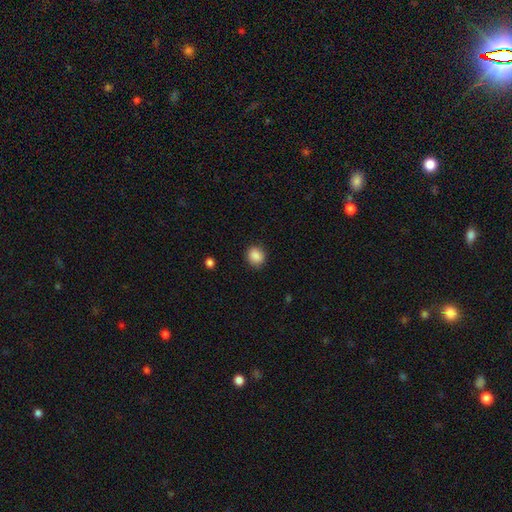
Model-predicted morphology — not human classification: smooth 87%, star or artifact 9%, featured or disk 4%. Down the decision tree: how rounded — round (68%); merging — none (83%).